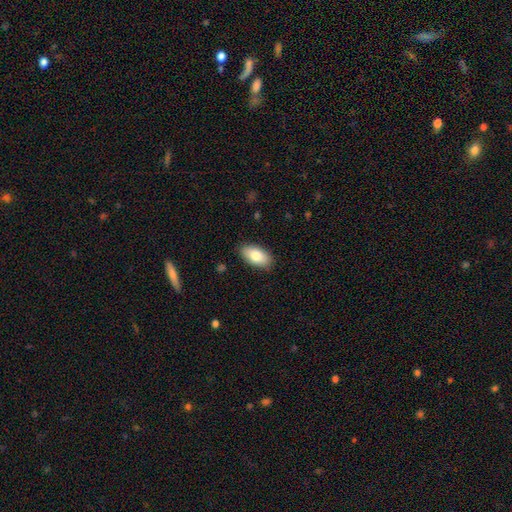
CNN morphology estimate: type=smooth (81%); roundness=in between (93%); merging=none (87%).